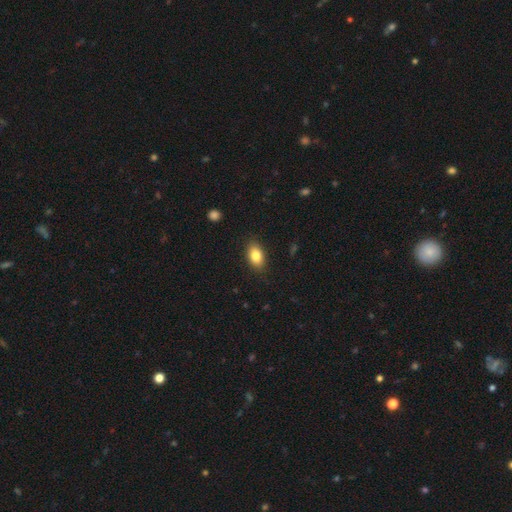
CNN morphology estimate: type=smooth (83%); roundness=in between (89%); merging=none (87%).